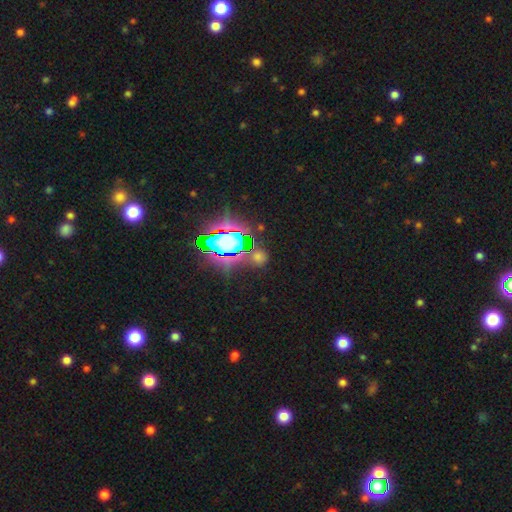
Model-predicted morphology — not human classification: A star or artifact, not a galaxy (65%).